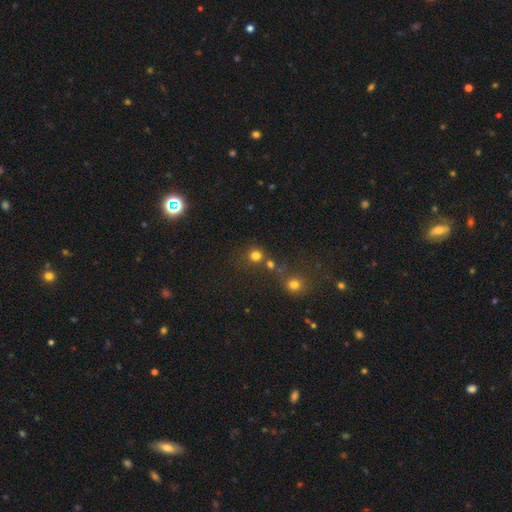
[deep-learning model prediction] A smooth galaxy with no disk features (75%) that is round (90%).

Vote fractions:
- Smooth or featured? smooth: 75% / star or artifact: 19% / featured or disk: 6%
- How rounded? round: 90% / in between: 9% / cigar-shaped: 1%
- Merging? none: 68% / merger: 19% / minor disturbance: 8% / major disturbance: 5%